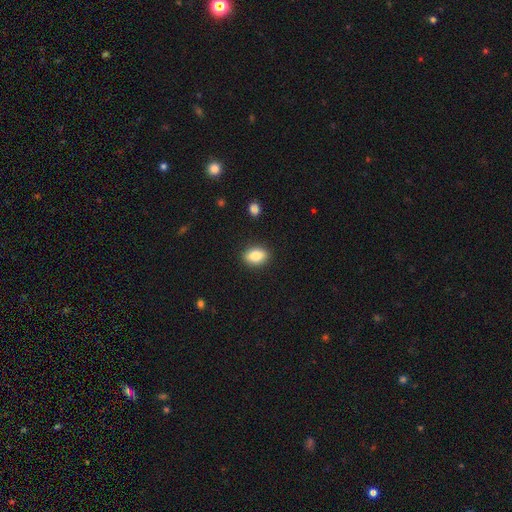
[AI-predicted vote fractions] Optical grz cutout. It shows a smooth galaxy with no disk features (83%) that is in between round and cigar-shaped (78%). Merging: none (89%).